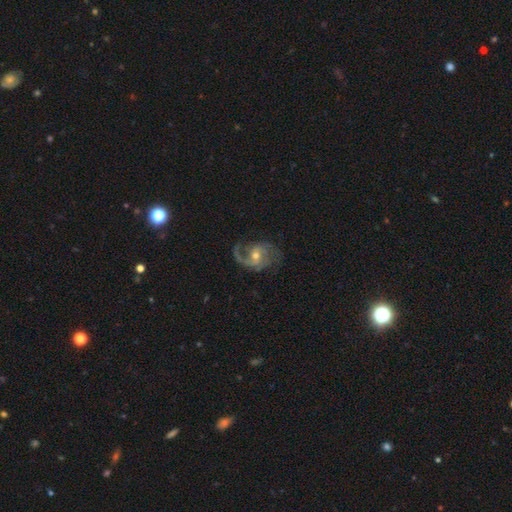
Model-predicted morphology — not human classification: Smooth or featured?
  - featured or disk: 88% *
  - smooth: 6%
  - star or artifact: 6%
Edge-on disk?
  - no: 98% *
  - yes: 2%
Bar?
  - no: 54% *
  - weak: 37%
  - strong: 10%
Spiral arms?
  - yes: 97% *
  - no: 3%
Spiral winding?
  - medium: 50% *
  - loose: 32%
  - tight: 18%
Spiral arm count?
  - 2: 64% *
  - 3: 12%
  - 1: 11%
  - can't tell: 7%
  - 4: 3%
  - more than 4: 3%
Bulge size?
  - moderate: 53% *
  - small: 43%
  - large: 2%
  - none: 1%
  - dominant: 1%
Merging?
  - none: 65% *
  - minor disturbance: 19%
  - major disturbance: 14%
  - merger: 2%